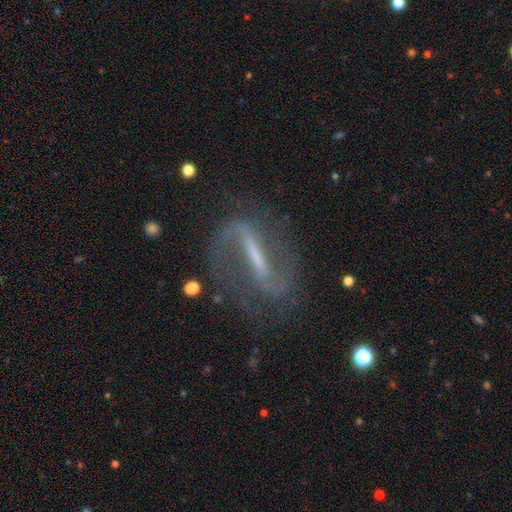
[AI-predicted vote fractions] This is clearly a featured or disk galaxy (85%). It is clearly not viewed edge-on (88%). Bar: likely strong (74%). Spiral arm pattern: clearly yes (93%). Spiral arm count: clearly 2 (87%). Spiral winding: marginally loose (43%). Central bulge: marginally small (39%). Merging: likely none (70%).